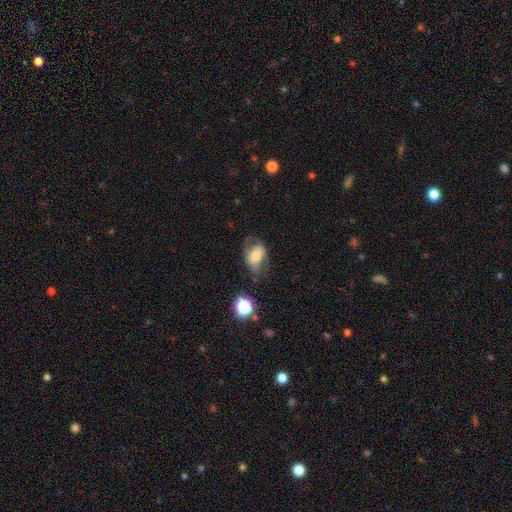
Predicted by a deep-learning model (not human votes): Smooth or featured? Predicted: smooth (p=0.61). How rounded? Predicted: in between (p=0.81). Merging? Predicted: none (p=0.48).